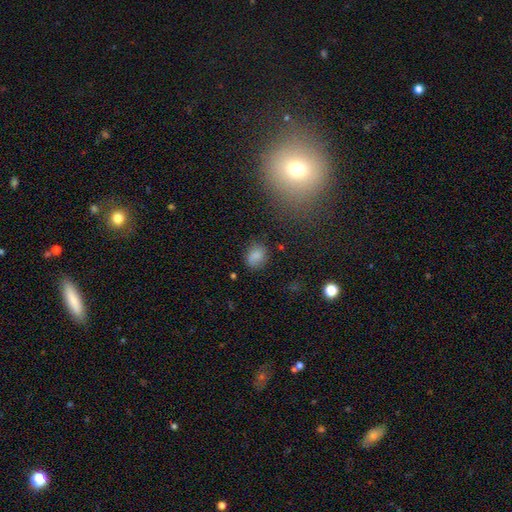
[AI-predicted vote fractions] Q: Smooth or featured?
A: smooth (81%); runner-up: star or artifact (11%)
Q: How rounded?
A: in between (59%); runner-up: round (39%)
Q: Merging?
A: none (74%); runner-up: minor disturbance (18%)